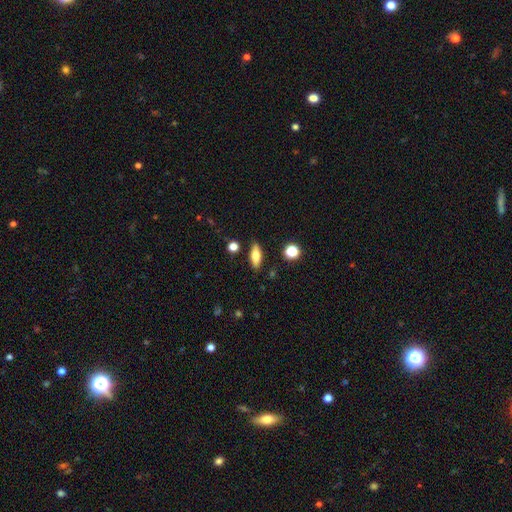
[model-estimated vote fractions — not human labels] Q: Smooth or featured?
A: smooth (69%); runner-up: featured or disk (22%)
Q: How rounded?
A: in between (69%); runner-up: cigar-shaped (27%)
Q: Merging?
A: none (85%); runner-up: minor disturbance (10%)